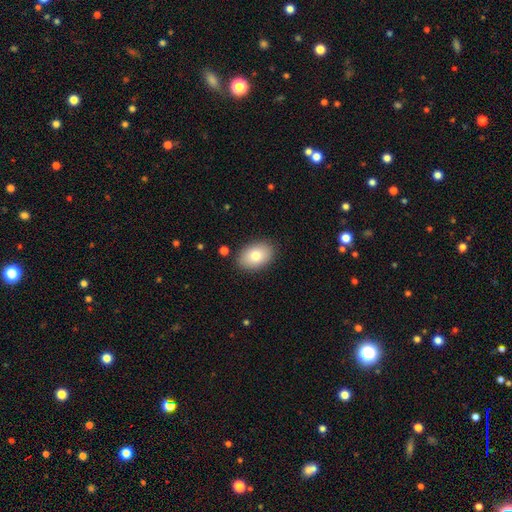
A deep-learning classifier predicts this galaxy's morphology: type=smooth (80%); roundness=in between (86%); merging=none (87%).